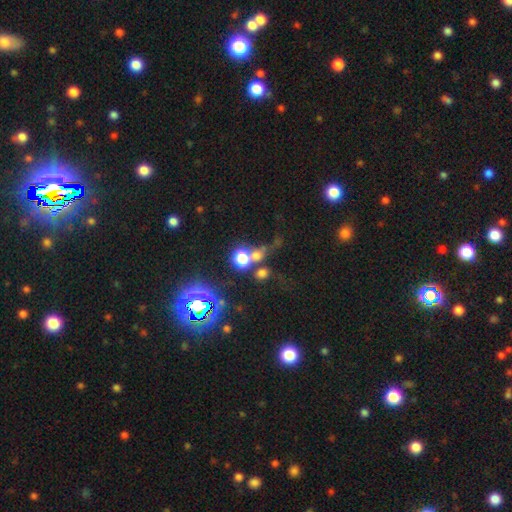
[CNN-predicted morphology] Smooth or featured: smooth — 56% (star or artifact — 32%)
How rounded: round — 76% (in between — 22%)
Merging: none — 41% (merger — 38%)